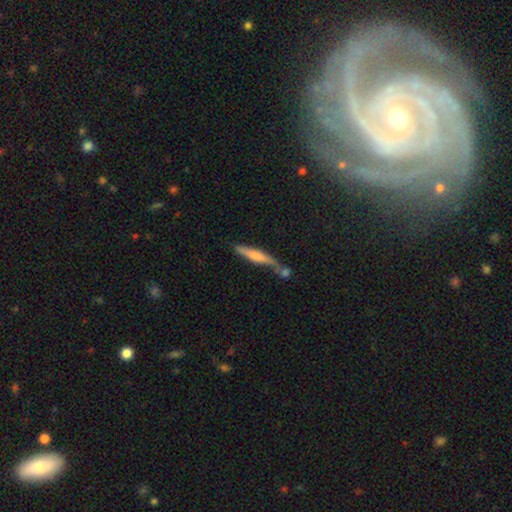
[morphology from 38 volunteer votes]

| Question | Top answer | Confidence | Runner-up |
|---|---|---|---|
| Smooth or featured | smooth | 66% | featured or disk (34%) |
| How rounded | cigar-shaped | 92% | round (4%) |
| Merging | none | 47% | minor disturbance (24%) |